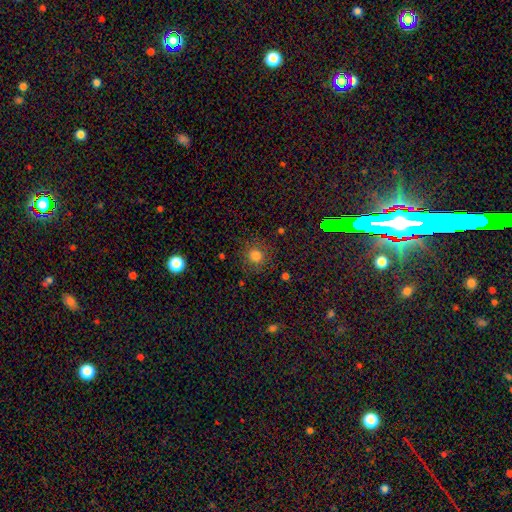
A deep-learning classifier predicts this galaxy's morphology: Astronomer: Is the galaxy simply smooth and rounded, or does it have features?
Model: smooth — 78%.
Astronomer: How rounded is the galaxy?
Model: round — 92%.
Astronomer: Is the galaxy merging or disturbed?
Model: none — 86%.